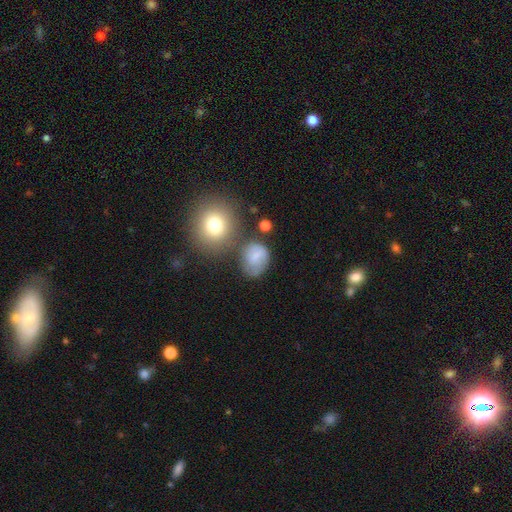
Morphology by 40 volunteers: Smooth or featured? 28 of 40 (70%) said smooth. How rounded? 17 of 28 (61%) said round. Merging? 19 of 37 (51%) said none.